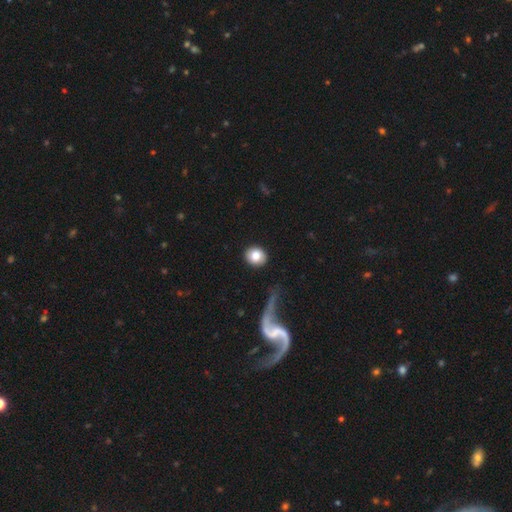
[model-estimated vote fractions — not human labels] smooth 82%, featured or disk 11%, star or artifact 8%. Down the decision tree: how rounded — round (80%); merging — none (88%).